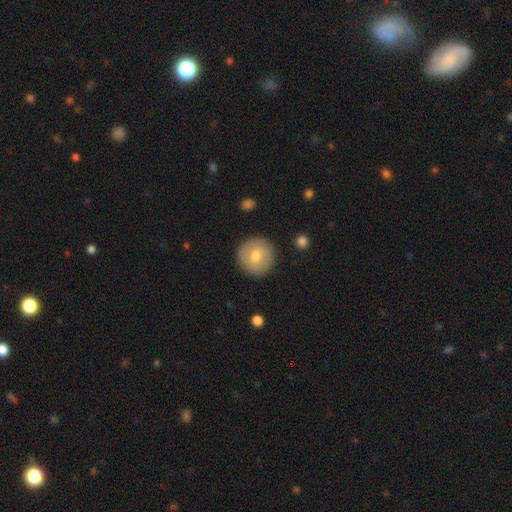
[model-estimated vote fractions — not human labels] This appears to be a smooth galaxy with no disk features (67%) that is round (94%). Merging: none (90%).